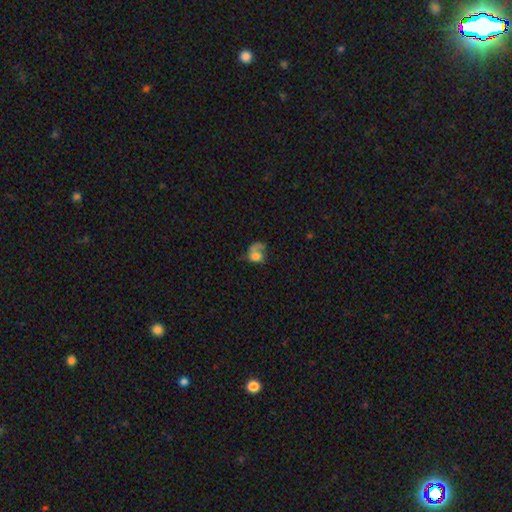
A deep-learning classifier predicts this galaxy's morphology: This appears to be a smooth galaxy with no disk features (57%) that is in between round and cigar-shaped (56%). Merging: major disturbance (43%).